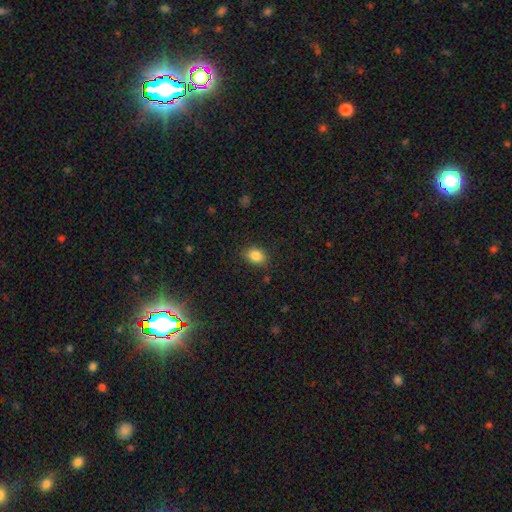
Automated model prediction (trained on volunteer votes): Overall: smooth (85%). How rounded: in between (72%). Merging: none (83%).